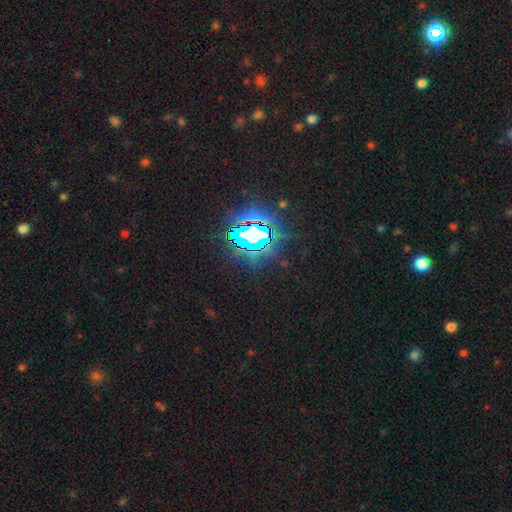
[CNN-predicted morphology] This appears to be a star or artifact, not a galaxy (85%).